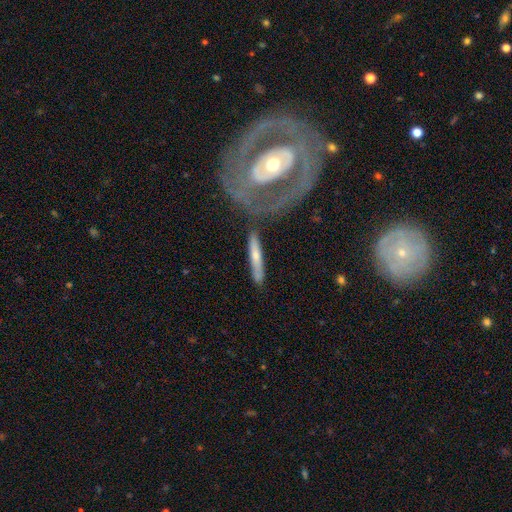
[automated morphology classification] type=smooth (52%); roundness=cigar-shaped (89%); merging=none (69%).